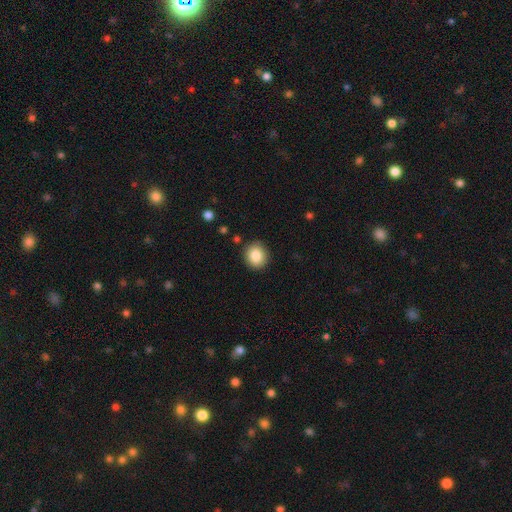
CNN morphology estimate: This appears to be a smooth galaxy with no disk features (85%) that is round (82%). Merging: none (88%).